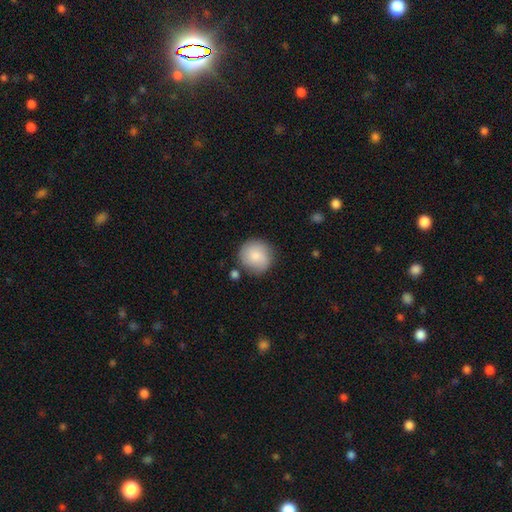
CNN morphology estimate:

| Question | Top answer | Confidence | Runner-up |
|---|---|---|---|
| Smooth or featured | smooth | 83% | featured or disk (10%) |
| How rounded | round | 94% | in between (5%) |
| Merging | none | 78% | minor disturbance (13%) |